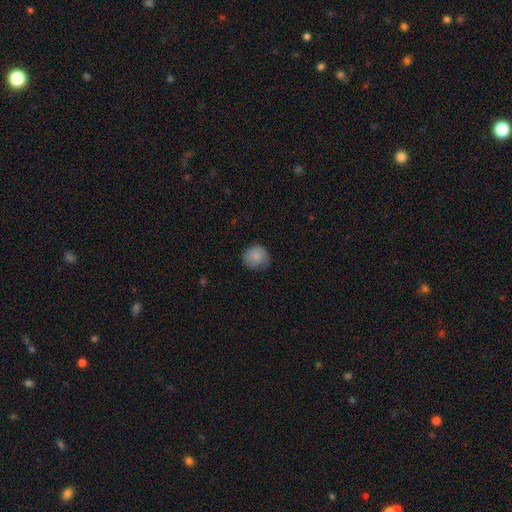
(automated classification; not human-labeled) Smooth or featured? smooth (84%)
How rounded? round (87%)
Merging? none (73%)